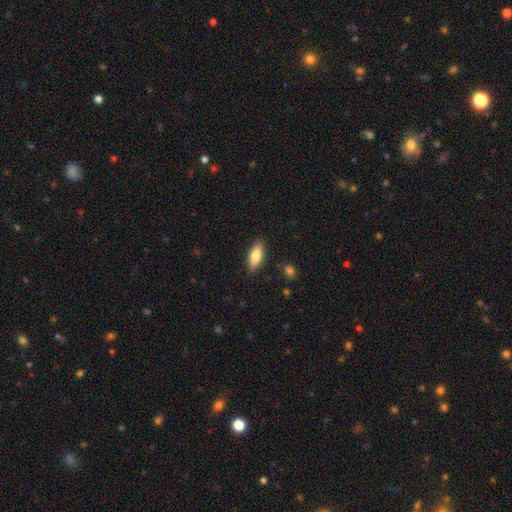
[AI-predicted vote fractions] smooth_or_featured: smooth (p=0.78) [alt: featured or disk p=0.16]
how_rounded: in between (p=0.75) [alt: cigar-shaped p=0.23]
merging: none (p=0.87) [alt: minor disturbance p=0.09]